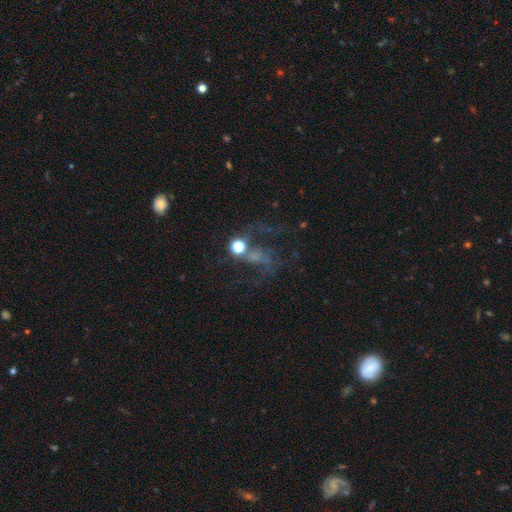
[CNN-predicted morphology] Smooth or featured: featured or disk — 55% (star or artifact — 25%)
Edge-on disk: no — 97% (yes — 3%)
Bar: no — 67% (weak — 26%)
Spiral arms: yes — 71% (no — 29%)
Bulge size: small — 33% (none — 32%)
Merging: none — 44% (major disturbance — 33%)